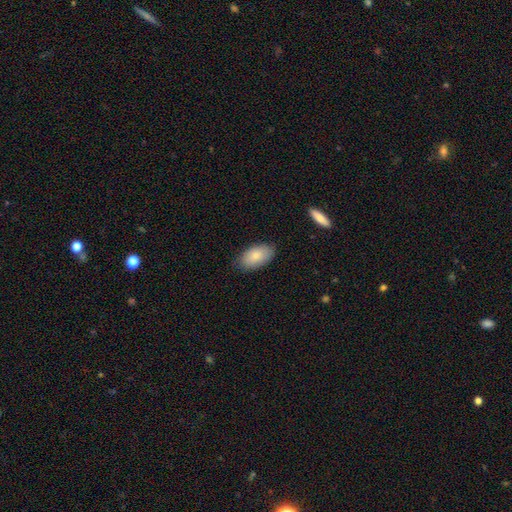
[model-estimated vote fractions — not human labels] smooth_or_featured: smooth (p=0.83) [alt: featured or disk p=0.10]
how_rounded: in between (p=0.94) [alt: round p=0.04]
merging: none (p=0.81) [alt: minor disturbance p=0.15]